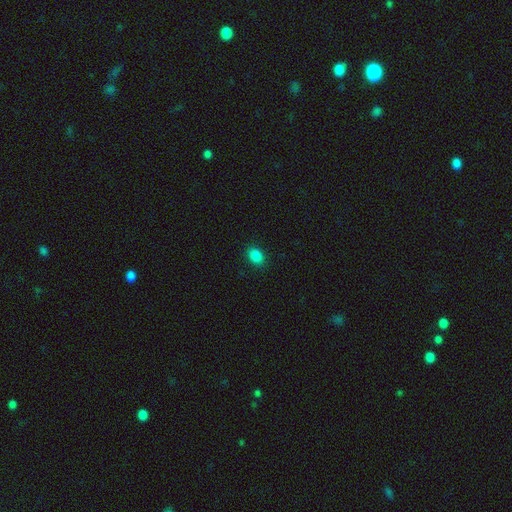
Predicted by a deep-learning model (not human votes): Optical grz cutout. It shows a smooth galaxy with no disk features (86%) that is in between round and cigar-shaped (74%). Merging: none (89%).